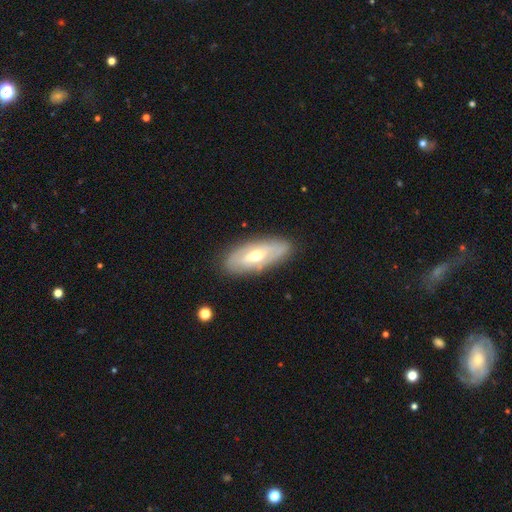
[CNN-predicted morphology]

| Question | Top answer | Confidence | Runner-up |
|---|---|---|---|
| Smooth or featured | featured or disk | 58% | smooth (35%) |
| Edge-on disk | no | 74% | yes (26%) |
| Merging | none | 84% | minor disturbance (12%) |